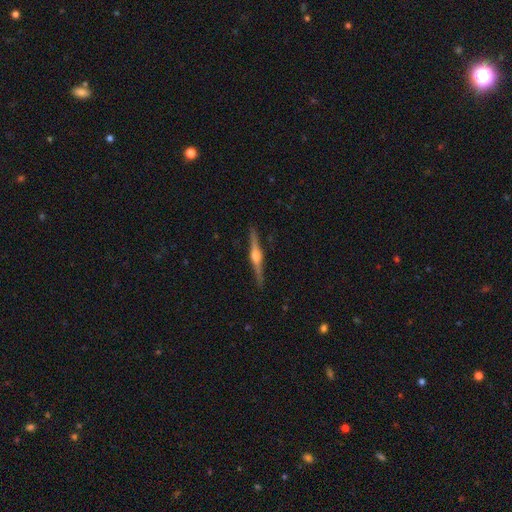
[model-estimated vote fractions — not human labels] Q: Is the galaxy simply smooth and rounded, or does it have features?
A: featured or disk — 83%.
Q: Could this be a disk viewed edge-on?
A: yes — 98%.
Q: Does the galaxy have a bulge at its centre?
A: rounded — 93%.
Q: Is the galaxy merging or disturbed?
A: none — 91%.